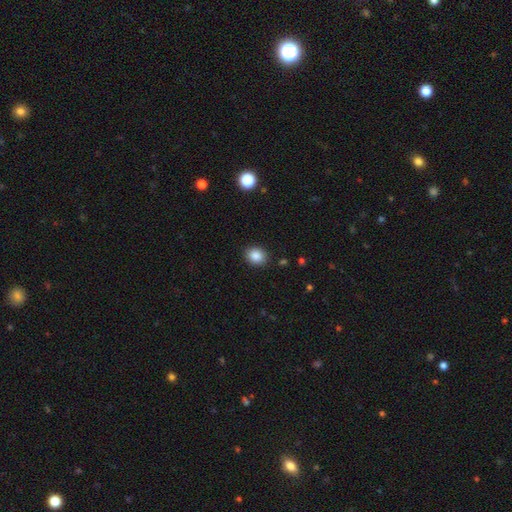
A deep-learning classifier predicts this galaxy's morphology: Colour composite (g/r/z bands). It shows a smooth galaxy with no disk features (86%) that is round (58%). Merging: none (89%).